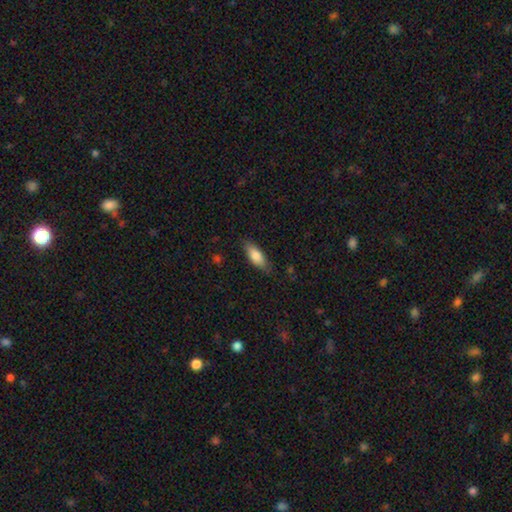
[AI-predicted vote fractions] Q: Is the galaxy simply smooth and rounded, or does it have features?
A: smooth — 80%.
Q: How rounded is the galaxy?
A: in between — 70%.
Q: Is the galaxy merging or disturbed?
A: none — 81%.